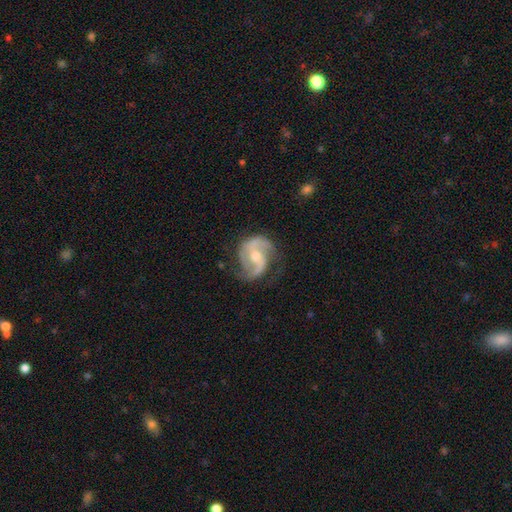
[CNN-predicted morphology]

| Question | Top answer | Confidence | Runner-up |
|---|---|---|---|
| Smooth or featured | featured or disk | 88% | smooth (7%) |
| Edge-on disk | no | 98% | yes (2%) |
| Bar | weak | 46% | no (35%) |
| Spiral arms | yes | 96% | no (4%) |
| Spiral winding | medium | 52% | loose (29%) |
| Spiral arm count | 2 | 83% | 3 (7%) |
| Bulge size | moderate | 62% | small (33%) |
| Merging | none | 66% | minor disturbance (22%) |